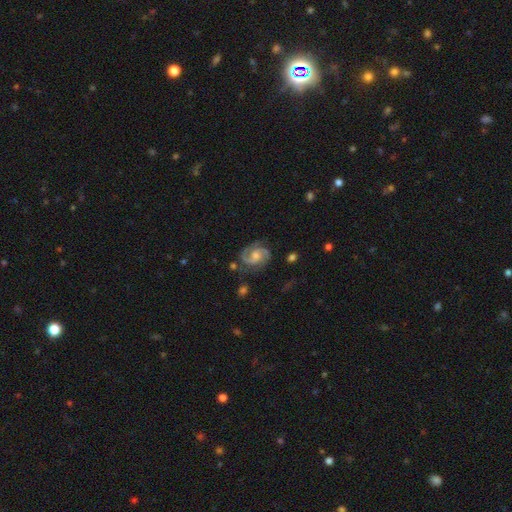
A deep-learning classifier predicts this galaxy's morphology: A featured or disk galaxy (88%) with no bar (55%), 2 (89%) medium (50%) spiral arms (98%) and a moderate central bulge (53%). Merging: none (77%).